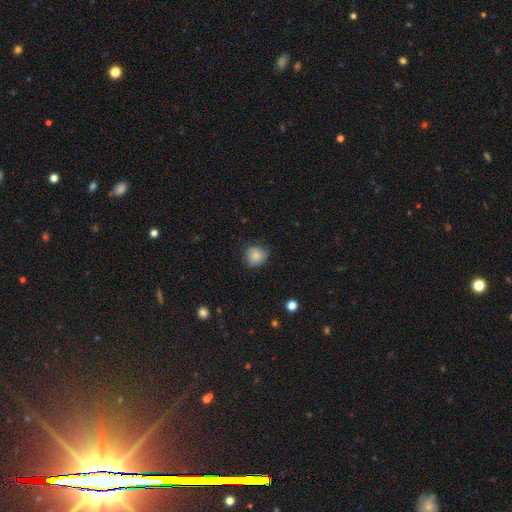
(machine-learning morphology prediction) This is clearly a smooth galaxy (84%). How rounded: clearly round (86%). Merging: likely none (79%).